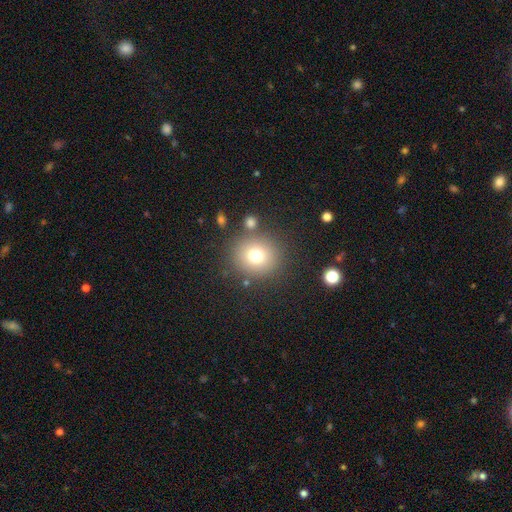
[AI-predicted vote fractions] Q: Smooth or featured?
A: smooth (73%); runner-up: star or artifact (15%)
Q: How rounded?
A: round (89%); runner-up: in between (10%)
Q: Merging?
A: none (81%); runner-up: minor disturbance (9%)